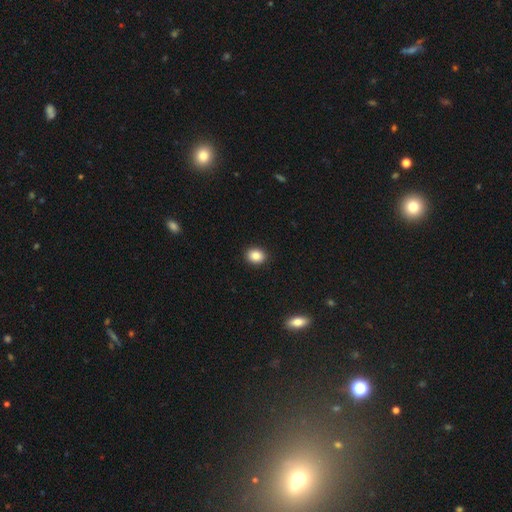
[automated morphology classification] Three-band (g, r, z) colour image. It shows a smooth galaxy with no disk features (87%) that is round (50%). Merging: none (91%).